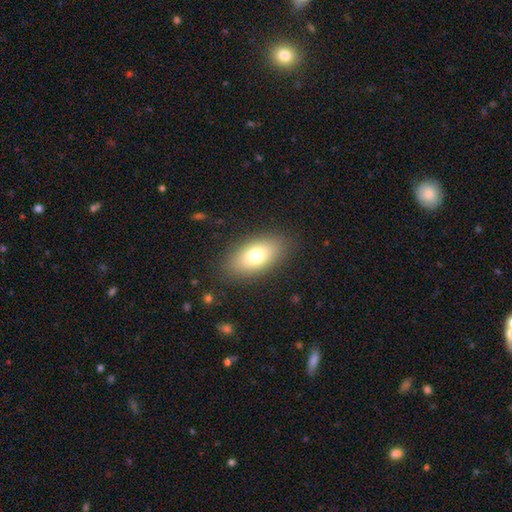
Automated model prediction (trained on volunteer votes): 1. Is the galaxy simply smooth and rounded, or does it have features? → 75% smooth, 16% featured or disk, 9% star or artifact.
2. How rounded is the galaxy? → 90% in between, 6% round, 5% cigar-shaped.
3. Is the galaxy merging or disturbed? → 86% none, 9% minor disturbance, 4% major disturbance, 1% merger.